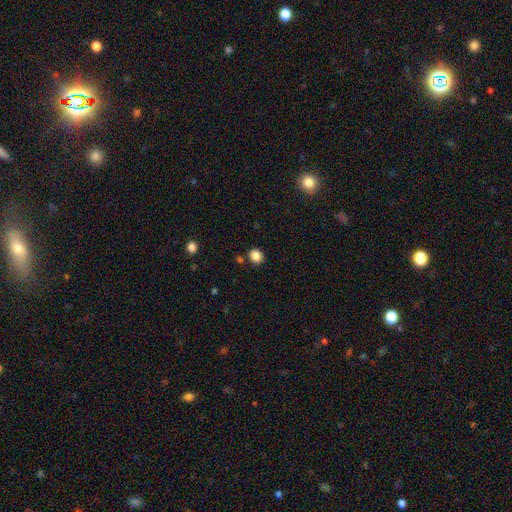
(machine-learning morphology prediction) Smooth or featured?
  - smooth: 86% *
  - star or artifact: 10%
  - featured or disk: 3%
How rounded?
  - round: 75% *
  - in between: 24%
  - cigar-shaped: 1%
Merging?
  - none: 84% *
  - minor disturbance: 9%
  - merger: 5%
  - major disturbance: 3%